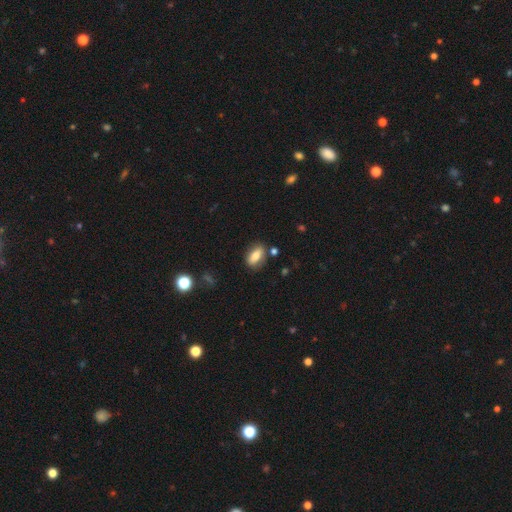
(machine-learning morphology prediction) Smooth or featured: smooth — 74% (featured or disk — 18%)
How rounded: in between — 83% (cigar-shaped — 9%)
Merging: none — 81% (minor disturbance — 12%)